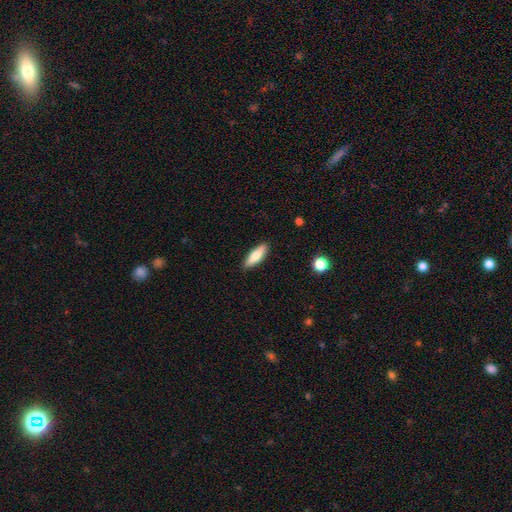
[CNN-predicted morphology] Smooth or featured?
  - smooth: 75% *
  - featured or disk: 19%
  - star or artifact: 6%
How rounded?
  - cigar-shaped: 52% *
  - in between: 46%
  - round: 2%
Merging?
  - none: 89% *
  - minor disturbance: 9%
  - major disturbance: 2%
  - merger: 1%